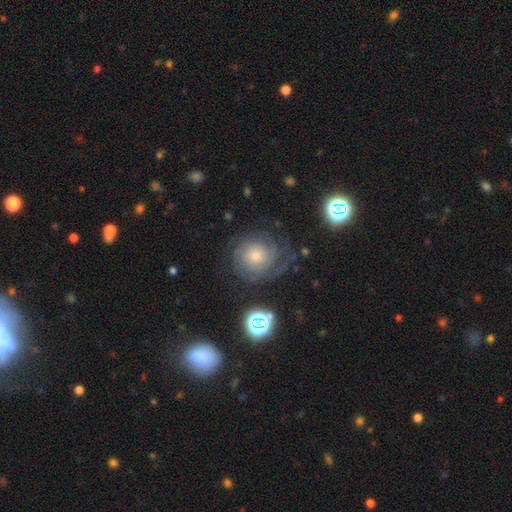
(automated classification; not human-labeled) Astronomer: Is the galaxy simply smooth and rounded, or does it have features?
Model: featured or disk — 67%.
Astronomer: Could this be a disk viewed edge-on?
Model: no — 97%.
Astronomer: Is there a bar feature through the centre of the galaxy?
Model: no — 81%.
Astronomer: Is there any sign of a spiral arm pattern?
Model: yes — 92%.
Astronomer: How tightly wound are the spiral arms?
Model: tight — 69%.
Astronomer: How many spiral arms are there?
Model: can't tell — 40% (runner-up: 2, 25%).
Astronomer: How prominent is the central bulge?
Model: small — 49% (runner-up: moderate, 41%).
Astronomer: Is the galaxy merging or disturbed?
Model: none — 69%.